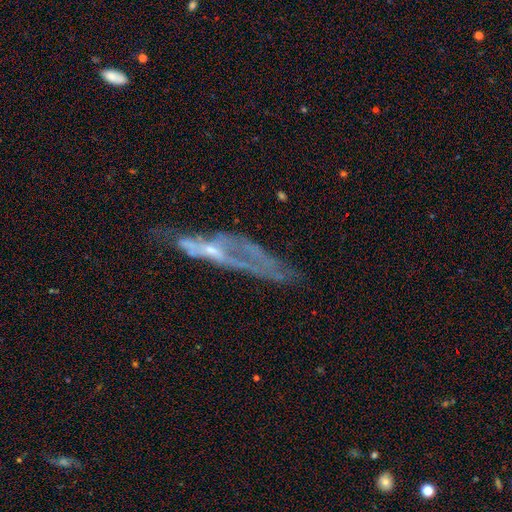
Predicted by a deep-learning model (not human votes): This appears to be a featured or disk galaxy (59%). Merging: none (42%).